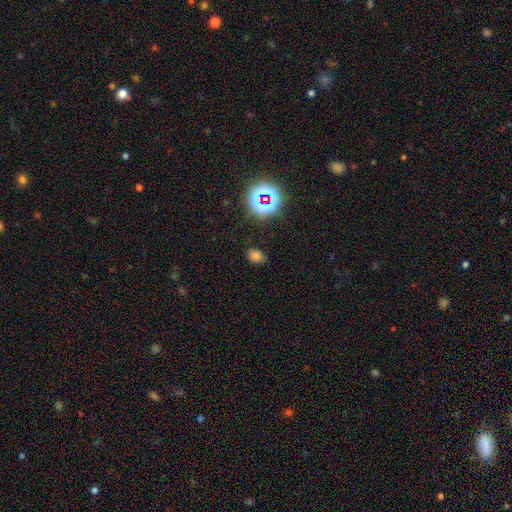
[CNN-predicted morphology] smooth_or_featured: smooth (p=0.69) [alt: star or artifact p=0.25]
how_rounded: in between (p=0.71) [alt: round p=0.28]
merging: none (p=0.83) [alt: minor disturbance p=0.12]